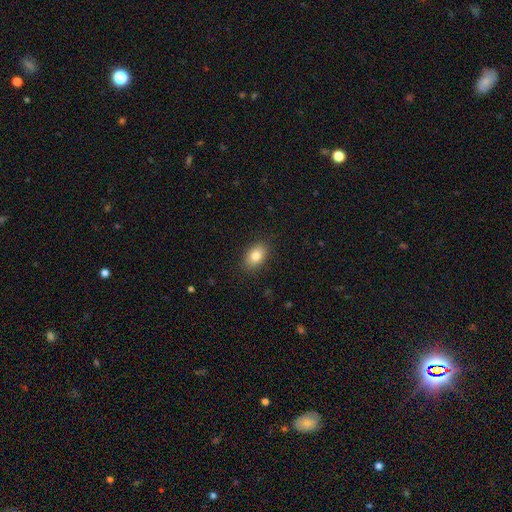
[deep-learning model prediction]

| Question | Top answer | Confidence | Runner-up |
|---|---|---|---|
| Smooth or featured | smooth | 83% | star or artifact (9%) |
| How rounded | in between | 83% | round (16%) |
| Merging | none | 87% | minor disturbance (10%) |